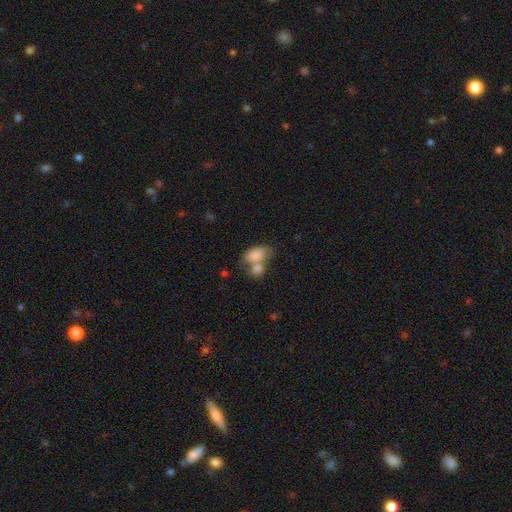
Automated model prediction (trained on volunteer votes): A smooth galaxy with no disk features (82%) that is in between round and cigar-shaped (87%).

Vote fractions:
- Smooth or featured? smooth: 82% / featured or disk: 11% / star or artifact: 8%
- How rounded? in between: 87% / round: 11% / cigar-shaped: 2%
- Merging? merger: 54% / none: 28% / minor disturbance: 12% / major disturbance: 6%